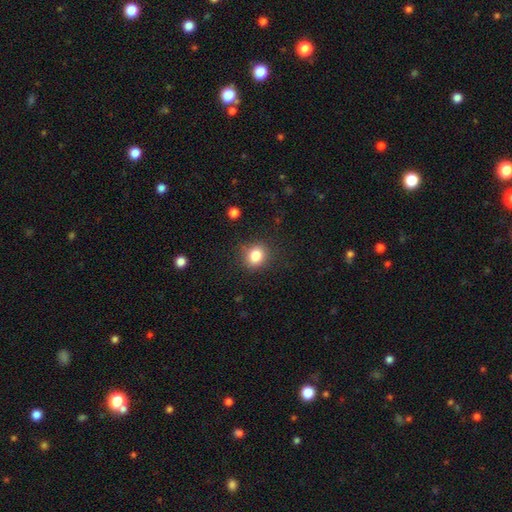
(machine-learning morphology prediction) This is clearly a smooth galaxy (83%). How rounded: likely round (73%). Merging: clearly none (84%).